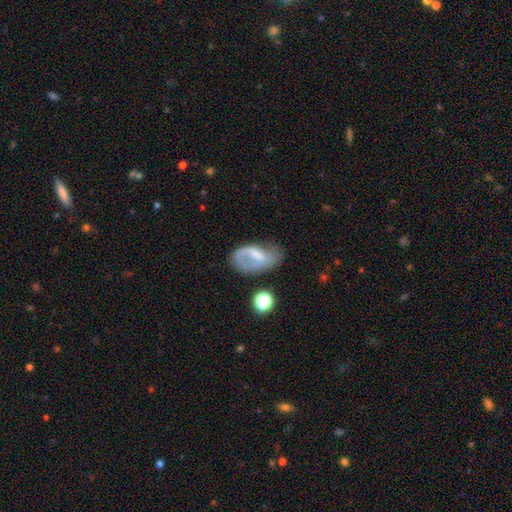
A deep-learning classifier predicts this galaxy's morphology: Smooth or featured?
  - featured or disk: 54% *
  - smooth: 37%
  - star or artifact: 9%
Edge-on disk?
  - no: 95% *
  - yes: 5%
Bar?
  - weak: 43% *
  - no: 38%
  - strong: 19%
Spiral arms?
  - yes: 65% *
  - no: 35%
Bulge size?
  - none: 37% *
  - small: 29%
  - moderate: 26%
  - large: 6%
  - dominant: 2%
Merging?
  - none: 42% *
  - major disturbance: 29%
  - minor disturbance: 26%
  - merger: 4%